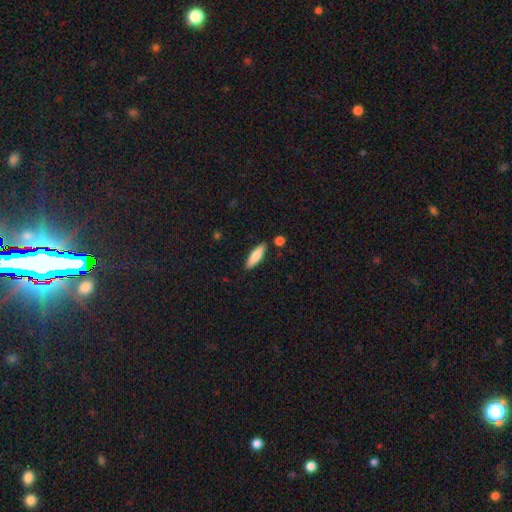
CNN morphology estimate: The model was most divided on "how rounded": cigar-shaped: 58%, in between: 40%, round: 2%. More confident: merging — none (85%); smooth or featured — smooth (82%).